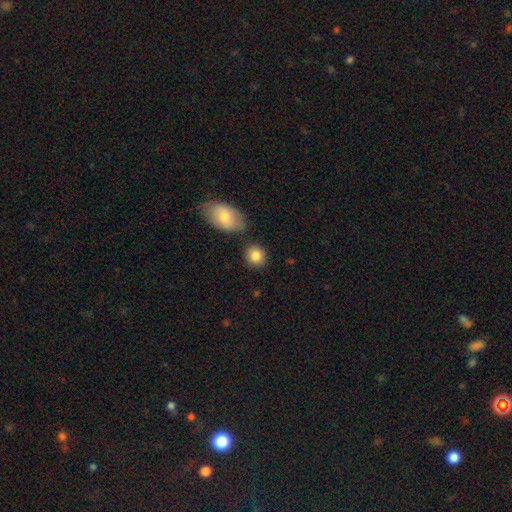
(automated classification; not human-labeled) Morphology: type=smooth (85%); roundness=round (75%); merging=none (77%).